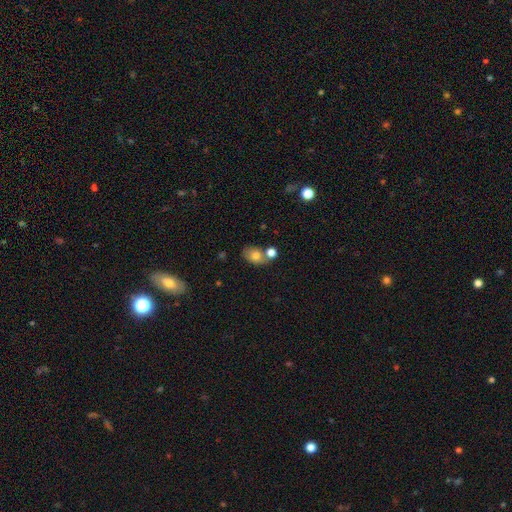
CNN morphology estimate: smooth-or-featured: smooth: 75% | featured or disk: 15% | star or artifact: 10%
  how-rounded: in between: 71% | round: 27% | cigar-shaped: 1%
  merging: none: 50% | merger: 30% | minor disturbance: 15% | major disturbance: 5%